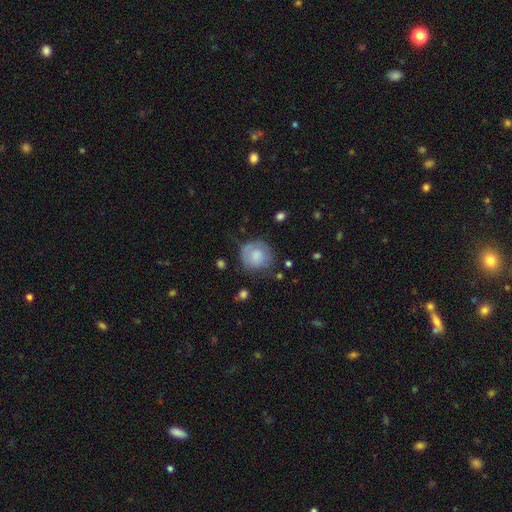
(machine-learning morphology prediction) smooth_or_featured: smooth (p=0.70) [alt: featured or disk p=0.23]
how_rounded: round (p=0.84) [alt: in between p=0.15]
merging: none (p=0.59) [alt: minor disturbance p=0.26]